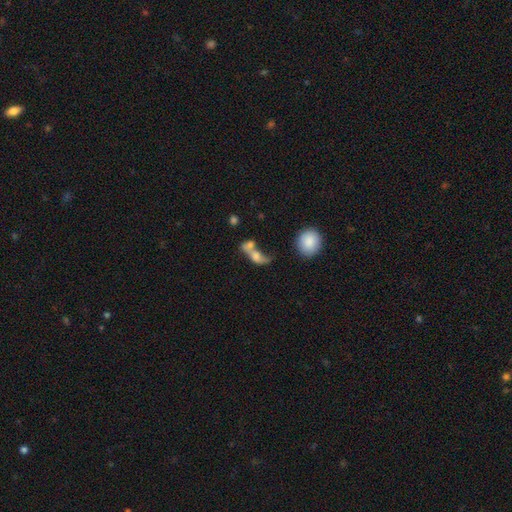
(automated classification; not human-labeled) Smooth or featured? Predicted: smooth (p=0.57). How rounded? Predicted: in between (p=0.63). Merging? Predicted: merger (p=0.58).